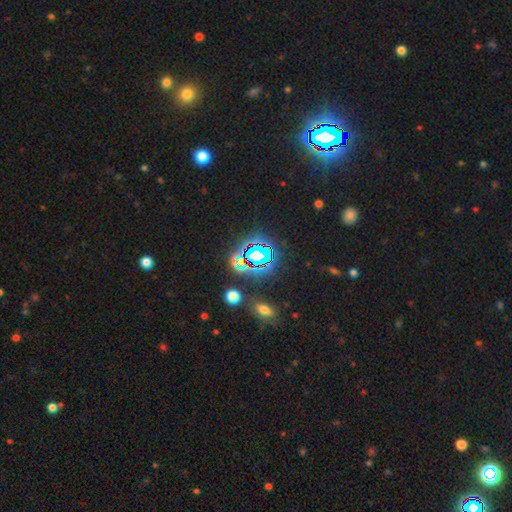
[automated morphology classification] The model was most divided on "smooth or featured": star or artifact: 72%, smooth: 17%, featured or disk: 12%.